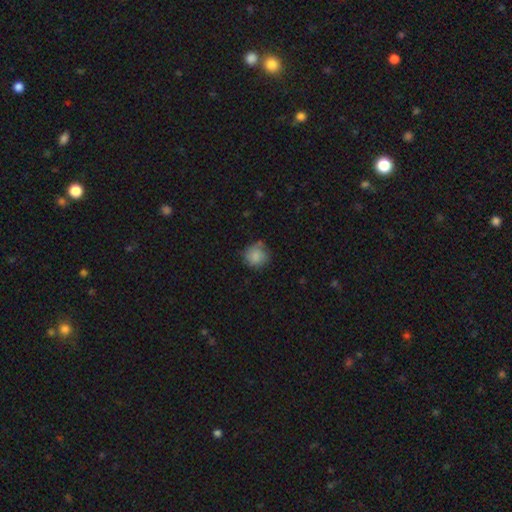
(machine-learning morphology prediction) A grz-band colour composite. It shows a smooth galaxy with no disk features (82%) that is round (86%). Merging: none (62%).